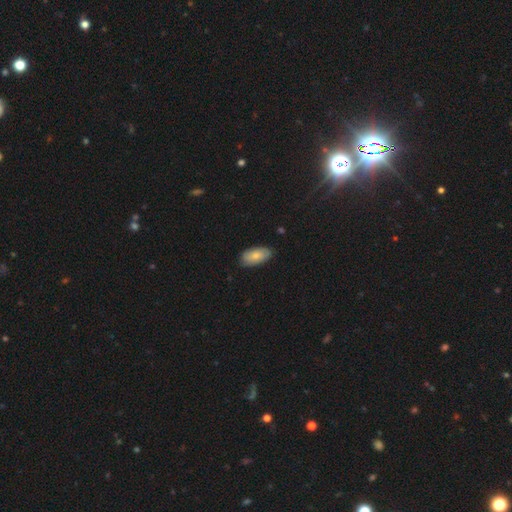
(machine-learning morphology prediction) Smooth or featured?
  - smooth: 71% *
  - featured or disk: 23%
  - star or artifact: 6%
How rounded?
  - in between: 93% *
  - cigar-shaped: 4%
  - round: 3%
Merging?
  - none: 81% *
  - minor disturbance: 15%
  - major disturbance: 2%
  - merger: 1%